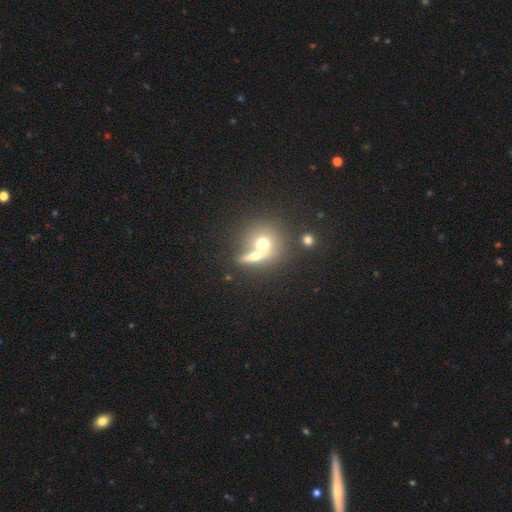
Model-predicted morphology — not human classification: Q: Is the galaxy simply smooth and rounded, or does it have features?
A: smooth — 56%.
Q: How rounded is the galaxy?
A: round — 70%.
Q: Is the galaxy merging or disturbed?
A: none — 45%.